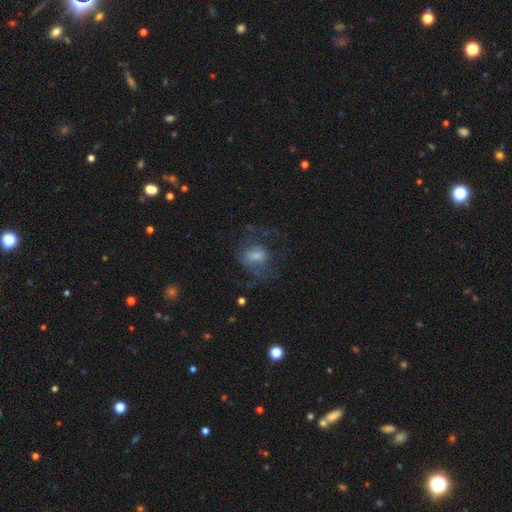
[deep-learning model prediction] This appears to be a smooth galaxy with no disk features (44%). Merging: none (48%).